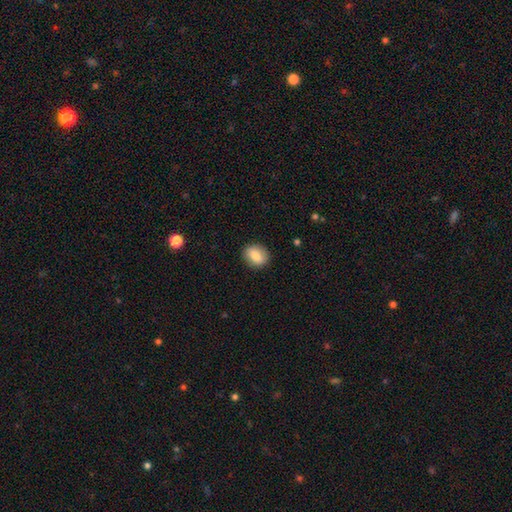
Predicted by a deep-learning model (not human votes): A smooth galaxy with no disk features (82%) that is round (52%).

Vote fractions:
- Smooth or featured? smooth: 82% / featured or disk: 10% / star or artifact: 8%
- How rounded? round: 52% / in between: 47% / cigar-shaped: 1%
- Merging? none: 88% / minor disturbance: 9% / major disturbance: 2% / merger: 1%